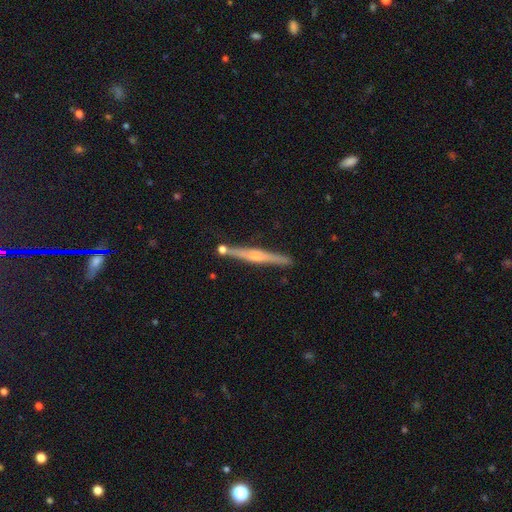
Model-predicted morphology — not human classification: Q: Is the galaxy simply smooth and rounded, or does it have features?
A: featured or disk — 71%.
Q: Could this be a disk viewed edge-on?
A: yes — 98%.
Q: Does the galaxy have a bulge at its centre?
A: rounded — 72%.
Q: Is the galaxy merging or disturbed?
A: none — 85%.